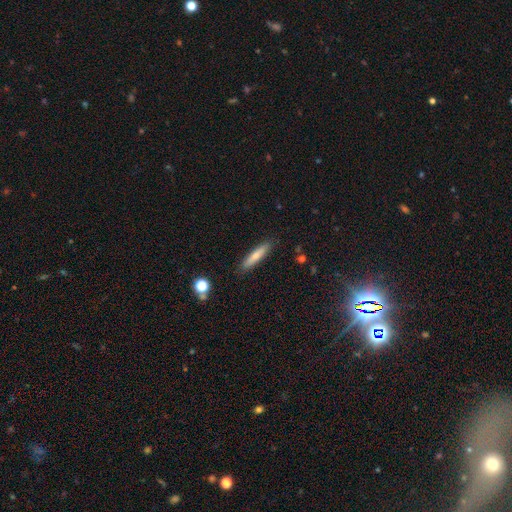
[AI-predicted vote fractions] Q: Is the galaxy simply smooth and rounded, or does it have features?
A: smooth — 69%.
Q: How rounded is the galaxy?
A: cigar-shaped — 86%.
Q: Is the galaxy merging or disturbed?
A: none — 89%.